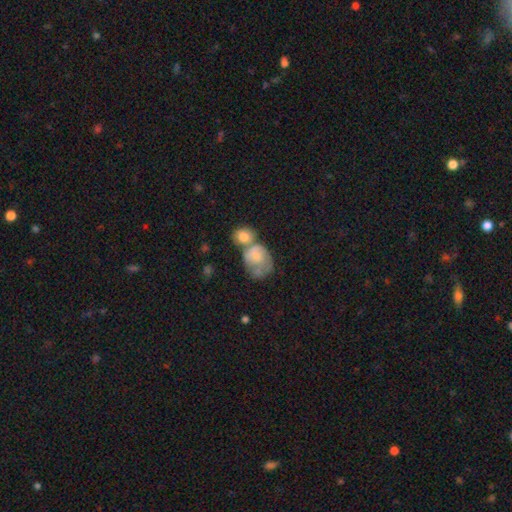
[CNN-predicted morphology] This is possibly a smooth galaxy (59%). How rounded: possibly in between (53%). Merging: possibly merger (52%).